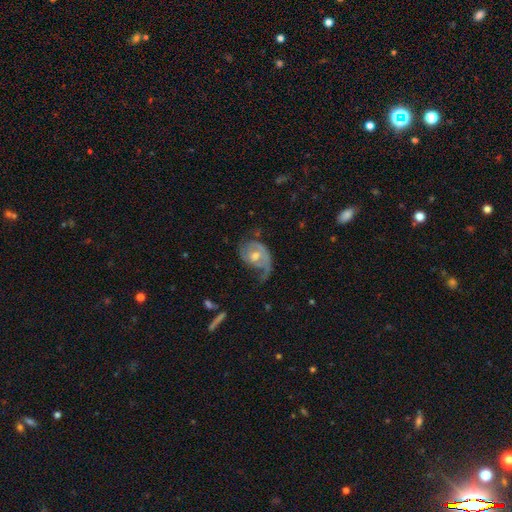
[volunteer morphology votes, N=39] Smooth or featured?
  - featured or disk: 92% *
  - smooth: 8%
  - star or artifact: 0%
Edge-on disk?
  - no: 97% *
  - yes: 3%
Bar?
  - no: 63% *
  - weak: 31%
  - strong: 6%
Spiral arms?
  - yes: 94% *
  - no: 6%
Spiral winding?
  - medium: 48% *
  - tight: 30%
  - loose: 21%
Spiral arm count?
  - 2: 61% *
  - 1: 36%
  - can't tell: 3%
  - 3: 0%
  - 4: 0%
  - more than 4: 0%
Bulge size?
  - moderate: 77% *
  - small: 14%
  - large: 9%
  - dominant: 0%
  - none: 0%
Merging?
  - none: 56% *
  - minor disturbance: 23%
  - major disturbance: 21%
  - merger: 0%